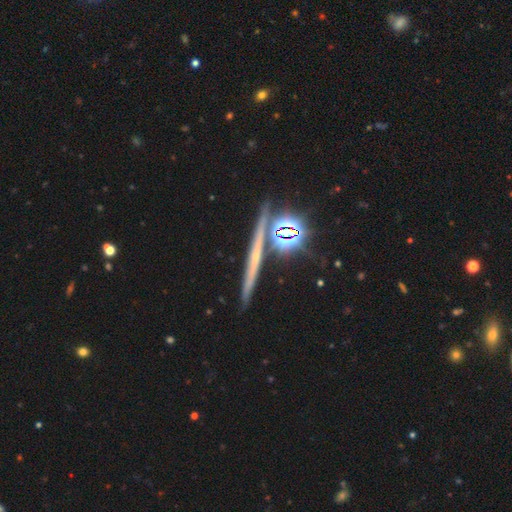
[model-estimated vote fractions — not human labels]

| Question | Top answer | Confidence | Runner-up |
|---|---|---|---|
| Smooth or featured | featured or disk | 40% | star or artifact (37%) |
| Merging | none | 84% | minor disturbance (8%) |